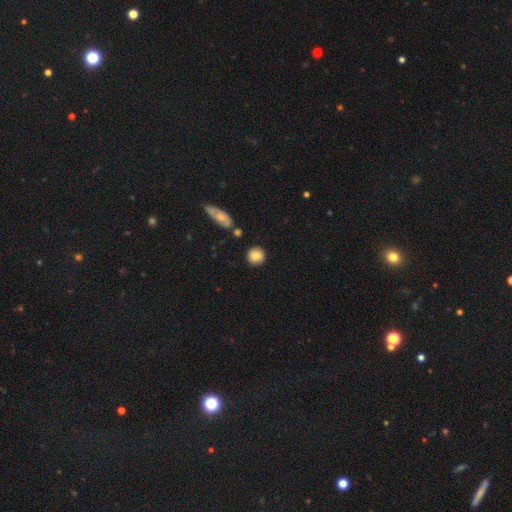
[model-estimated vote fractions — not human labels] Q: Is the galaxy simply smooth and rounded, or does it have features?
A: smooth — 83%.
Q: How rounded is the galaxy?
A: round — 89%.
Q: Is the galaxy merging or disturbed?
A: none — 85%.